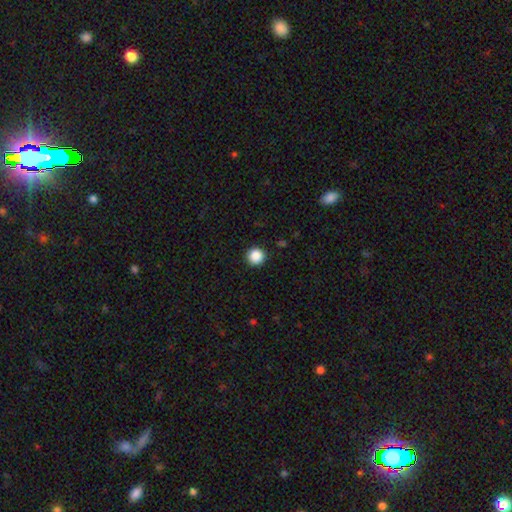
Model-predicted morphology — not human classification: This appears to be a smooth galaxy with no disk features (88%) that is round (96%). Merging: none (92%).